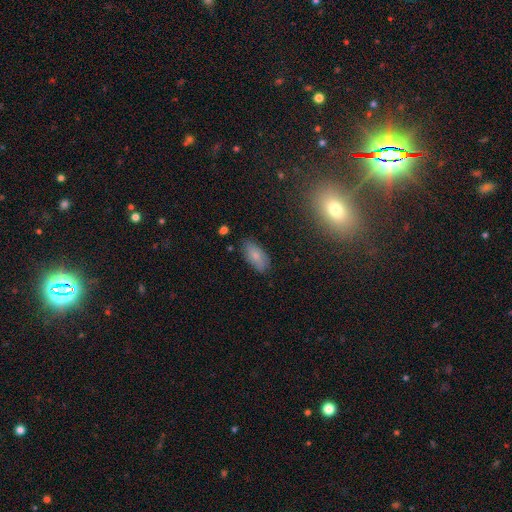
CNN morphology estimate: Smooth or featured: smooth — 77% (featured or disk — 14%)
How rounded: in between — 91% (cigar-shaped — 6%)
Merging: none — 80% (minor disturbance — 15%)